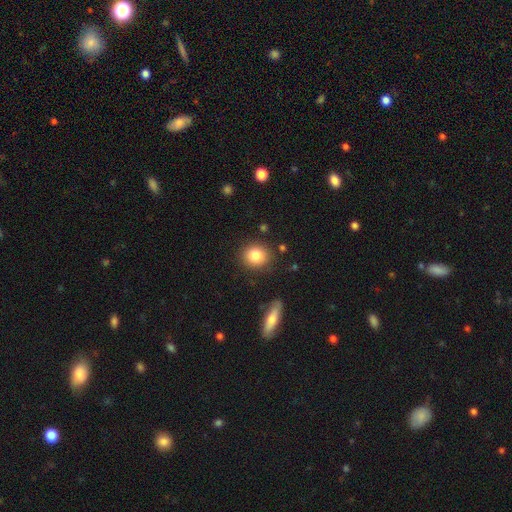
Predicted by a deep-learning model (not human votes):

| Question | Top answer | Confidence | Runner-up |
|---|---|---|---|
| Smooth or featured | smooth | 84% | star or artifact (9%) |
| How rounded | round | 79% | in between (20%) |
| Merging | none | 87% | minor disturbance (8%) |